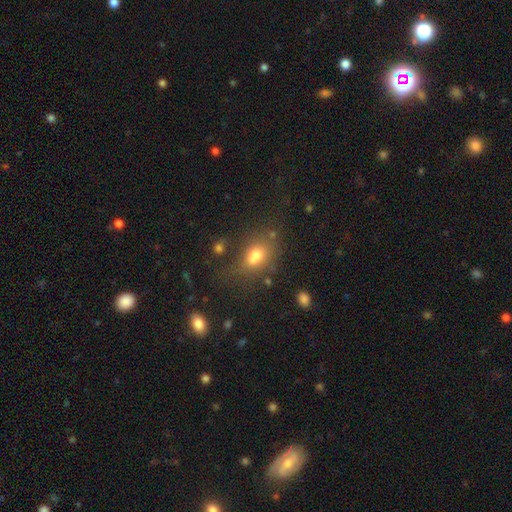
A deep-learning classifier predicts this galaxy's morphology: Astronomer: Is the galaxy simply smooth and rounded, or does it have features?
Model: smooth — 70%.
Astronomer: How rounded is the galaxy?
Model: in between — 67%.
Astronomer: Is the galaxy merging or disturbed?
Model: none — 49%.